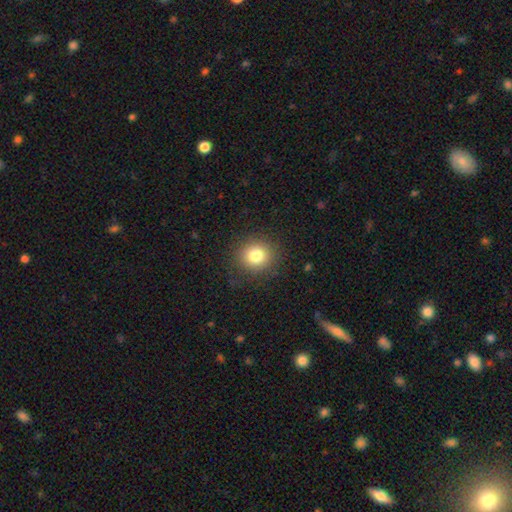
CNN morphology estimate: Smooth or featured: smooth — 81% (star or artifact — 12%)
How rounded: round — 85% (in between — 14%)
Merging: none — 88% (minor disturbance — 8%)